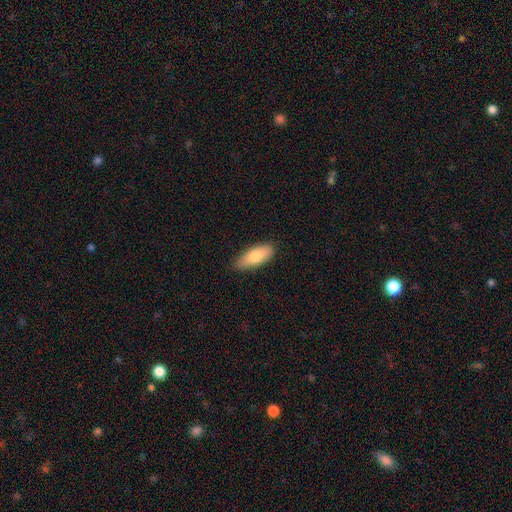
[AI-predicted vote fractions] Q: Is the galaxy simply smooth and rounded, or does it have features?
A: smooth — 79%.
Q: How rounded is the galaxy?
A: in between — 77%.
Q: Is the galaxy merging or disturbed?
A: none — 80%.